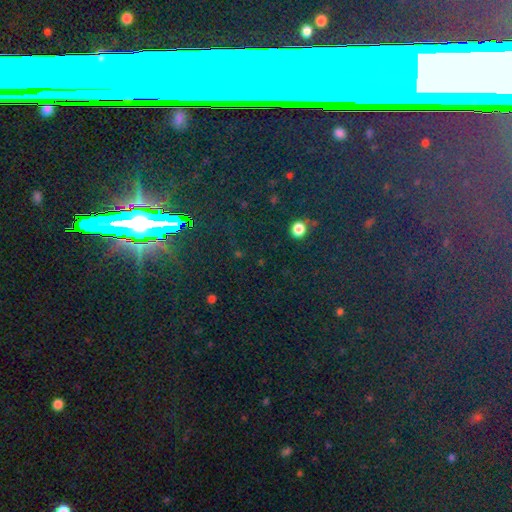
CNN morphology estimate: smooth-or-featured: star or artifact: 75% | smooth: 14% | featured or disk: 10%